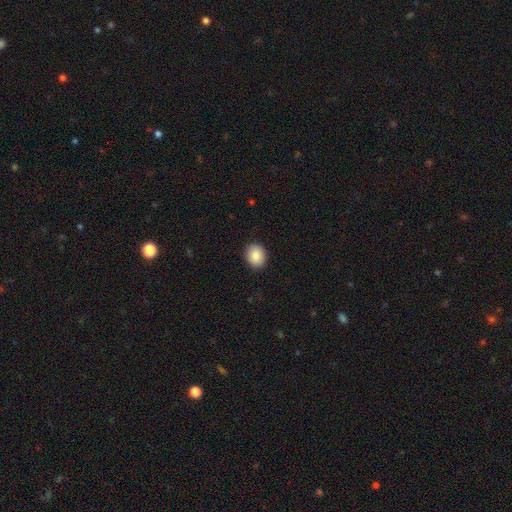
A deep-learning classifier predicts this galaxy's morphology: Overall: smooth (87%). How rounded: round (53%; in between 46%). Merging: none (89%).